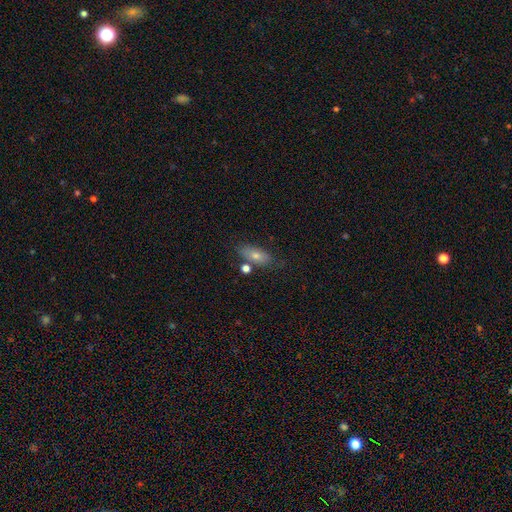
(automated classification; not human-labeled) Morphology: type=smooth (73%); roundness=in between (83%); merging=none (68%).